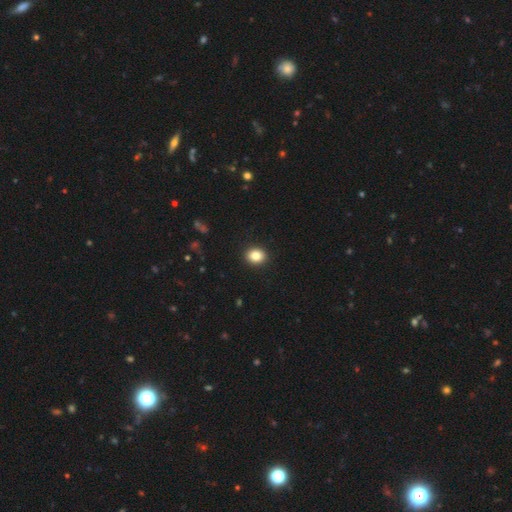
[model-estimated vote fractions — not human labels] Smooth or featured?
  - smooth: 84% *
  - star or artifact: 10%
  - featured or disk: 6%
How rounded?
  - round: 64% *
  - in between: 35%
  - cigar-shaped: 1%
Merging?
  - none: 92% *
  - minor disturbance: 5%
  - major disturbance: 2%
  - merger: 1%